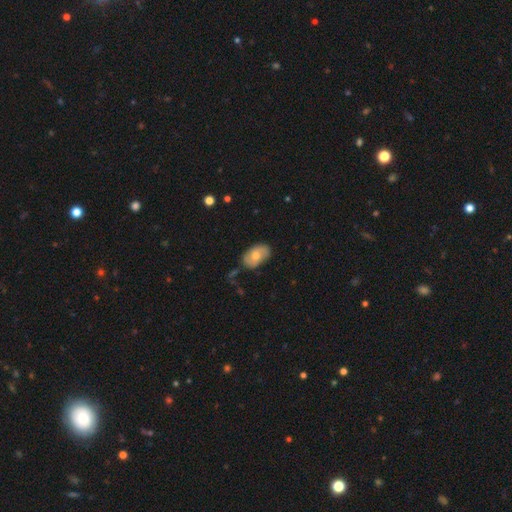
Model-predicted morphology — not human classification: smooth_or_featured: smooth (p=0.55) [alt: featured or disk p=0.38]
how_rounded: in between (p=0.89) [alt: round p=0.09]
merging: none (p=0.74) [alt: minor disturbance p=0.19]